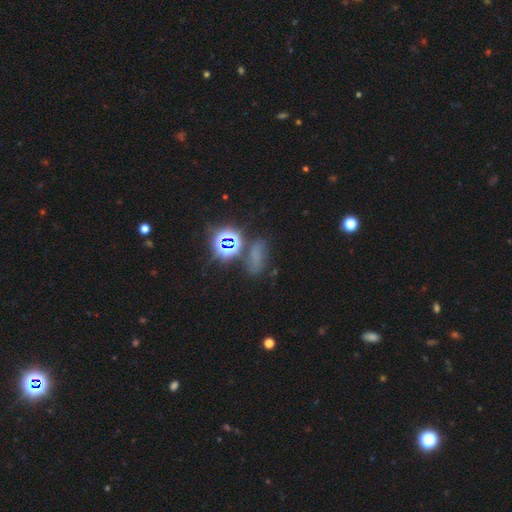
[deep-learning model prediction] Overall: star or artifact (47%; smooth 37%).